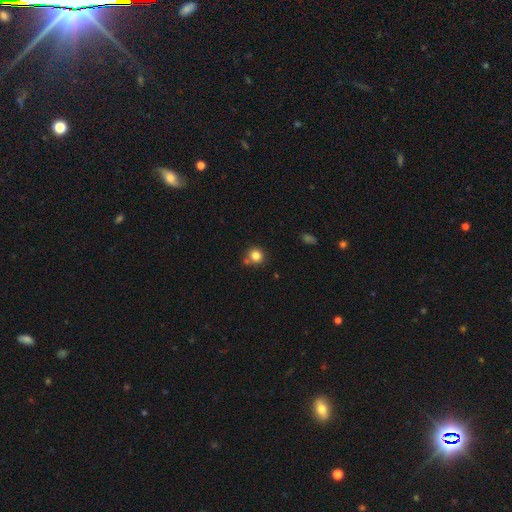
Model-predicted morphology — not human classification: Smooth or featured? Predicted: smooth (p=0.82). How rounded? Predicted: round (p=0.86). Merging? Predicted: none (p=0.66).